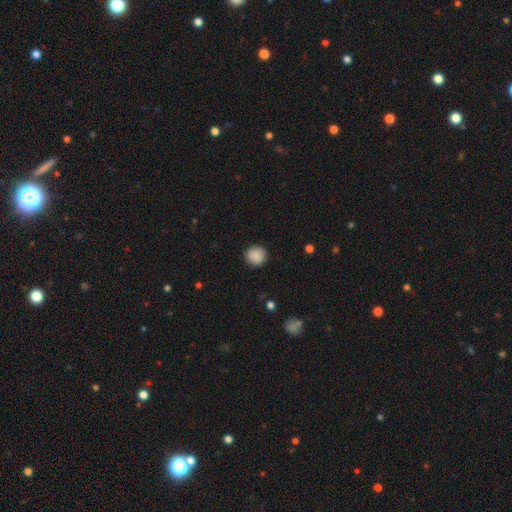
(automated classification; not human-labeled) Q: Smooth or featured?
A: smooth (89%); runner-up: star or artifact (8%)
Q: How rounded?
A: round (92%); runner-up: in between (7%)
Q: Merging?
A: none (90%); runner-up: minor disturbance (7%)